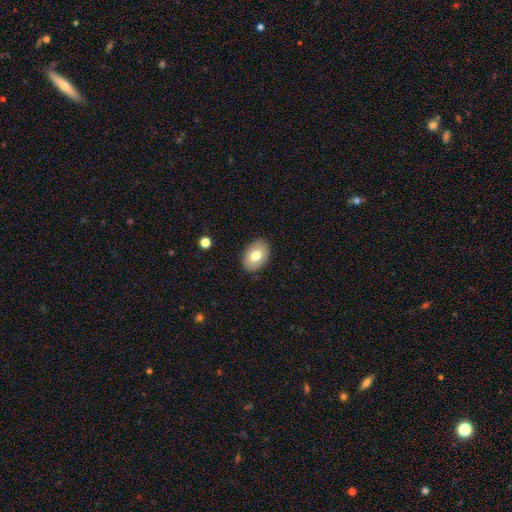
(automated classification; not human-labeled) smooth 76%, featured or disk 16%, star or artifact 8%. Down the decision tree: how rounded — in between (81%); merging — none (87%).